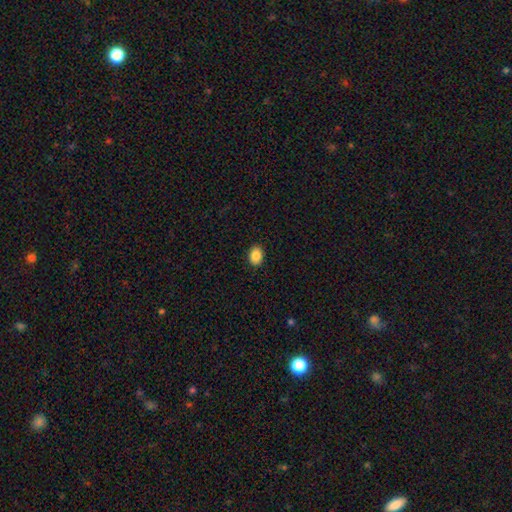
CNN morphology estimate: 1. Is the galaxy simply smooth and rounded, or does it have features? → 88% smooth, 8% star or artifact, 4% featured or disk.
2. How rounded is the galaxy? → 70% in between, 29% round, 1% cigar-shaped.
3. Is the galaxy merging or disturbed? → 90% none, 7% minor disturbance, 2% major disturbance, 1% merger.